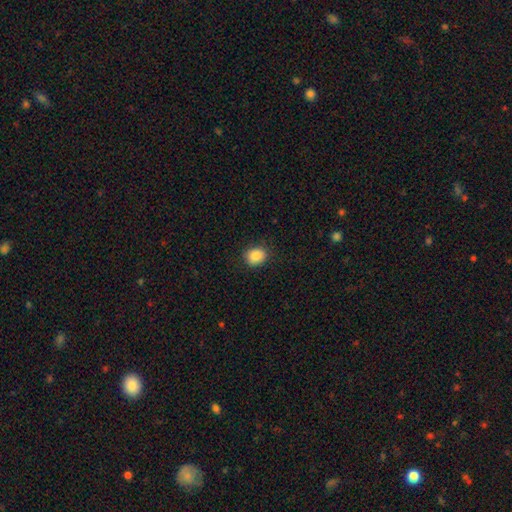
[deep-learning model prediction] A smooth galaxy with no disk features (88%) that is round (57%).

Vote fractions:
- Smooth or featured? smooth: 88% / star or artifact: 9% / featured or disk: 4%
- How rounded? round: 57% / in between: 42% / cigar-shaped: 1%
- Merging? none: 85% / minor disturbance: 11% / major disturbance: 3% / merger: 1%